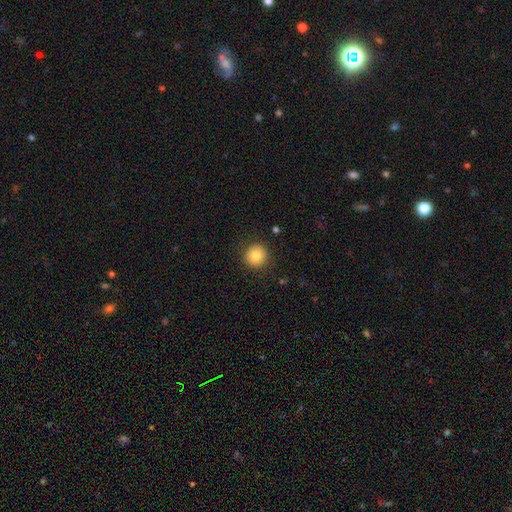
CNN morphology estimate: A smooth galaxy with no disk features (80%) that is round (94%). Merging: none (90%).